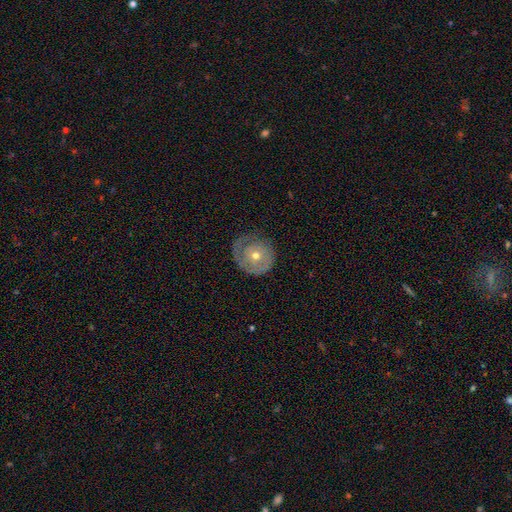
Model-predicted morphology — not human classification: Smooth or featured: featured or disk — 64% (smooth — 30%)
Edge-on disk: no — 97% (yes — 3%)
Bar: no — 86% (weak — 11%)
Spiral arms: yes — 68% (no — 32%)
Bulge size: moderate — 61% (small — 36%)
Merging: none — 66% (minor disturbance — 20%)